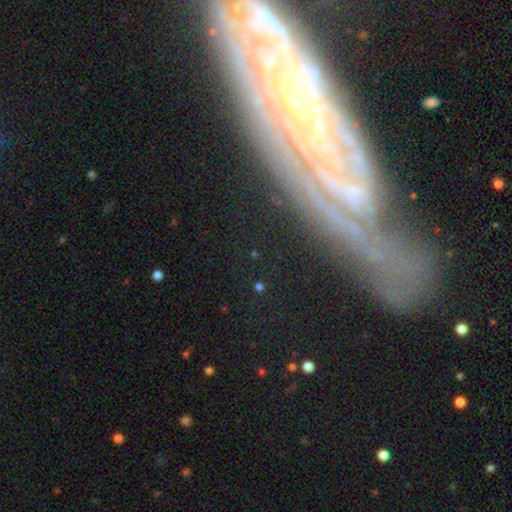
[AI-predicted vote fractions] This appears to be a featured or disk galaxy (59%). Merging: none (76%).